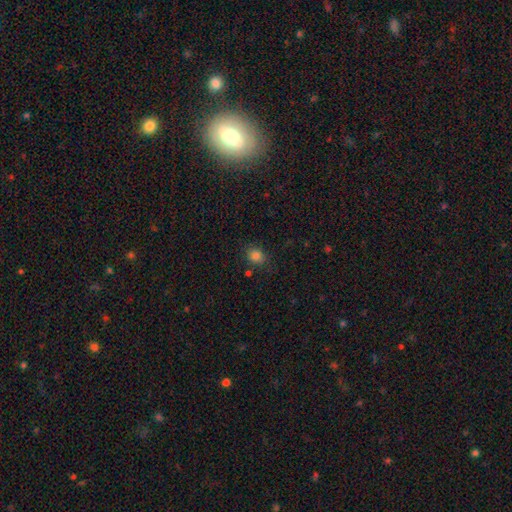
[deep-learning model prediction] A smooth galaxy with no disk features (82%) that is round (62%).

Vote fractions:
- Smooth or featured? smooth: 82% / star or artifact: 13% / featured or disk: 5%
- How rounded? round: 62% / in between: 37% / cigar-shaped: 1%
- Merging? none: 79% / minor disturbance: 14% / major disturbance: 4% / merger: 4%